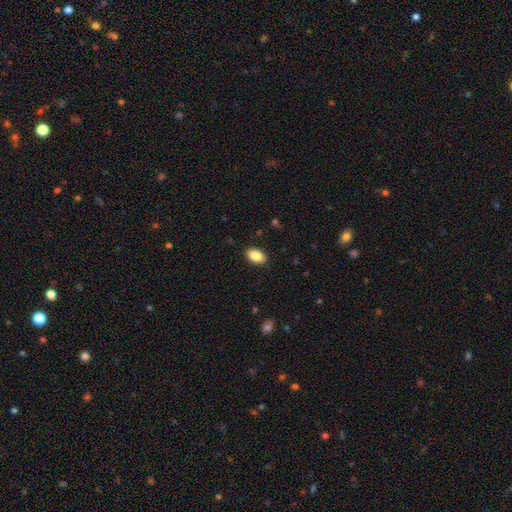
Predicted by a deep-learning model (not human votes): Smooth or featured? Predicted: smooth (p=0.87). How rounded? Predicted: in between (p=0.92). Merging? Predicted: none (p=0.88).